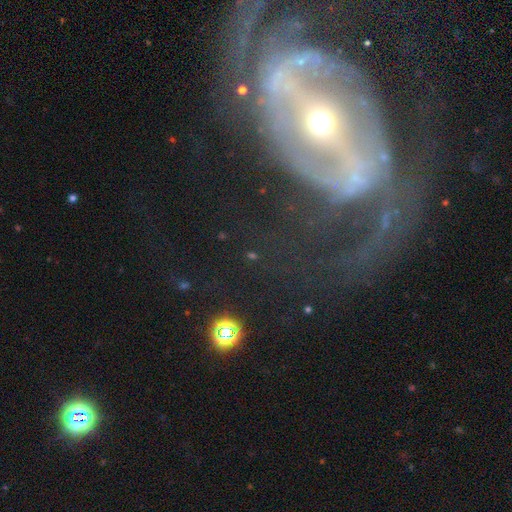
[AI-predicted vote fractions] Morphology: type=featured or disk (65%); edge-on=no (90%); bar=strong (38%); spiral arms=yes (67%); bulge=moderate (53%); merging=none (57%).